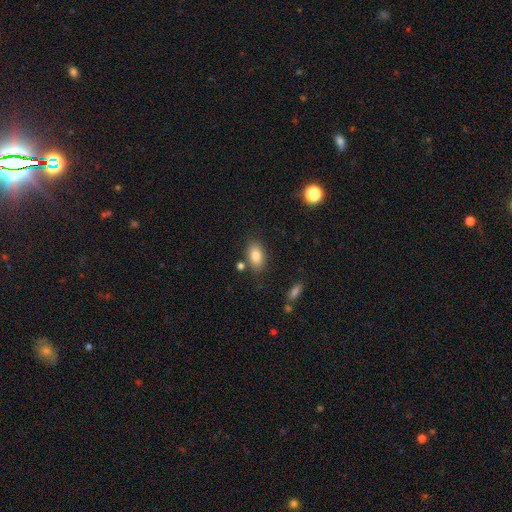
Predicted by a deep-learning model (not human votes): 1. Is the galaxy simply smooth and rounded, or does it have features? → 83% smooth, 9% featured or disk, 8% star or artifact.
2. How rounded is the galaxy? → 91% in between, 7% round, 2% cigar-shaped.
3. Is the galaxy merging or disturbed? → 78% none, 13% minor disturbance, 6% merger, 3% major disturbance.